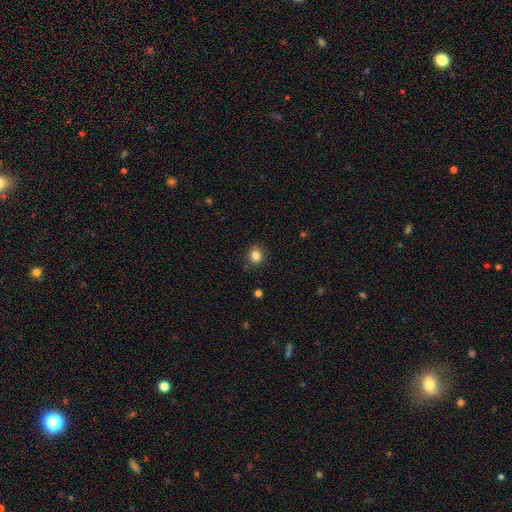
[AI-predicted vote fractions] smooth 83%, star or artifact 12%, featured or disk 5%. Down the decision tree: how rounded — round (79%); merging — none (84%).